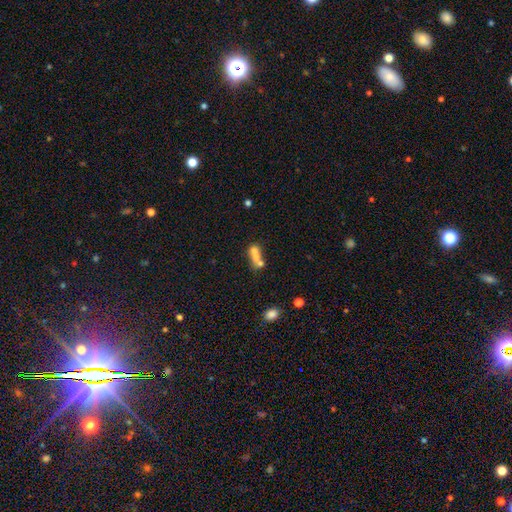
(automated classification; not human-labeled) Overall: smooth (62%; featured or disk 25%). How rounded: in between (57%; round 30%). Merging: merger (62%; none 23%).